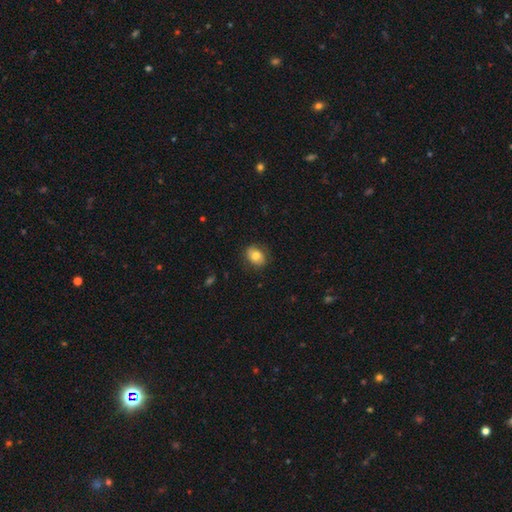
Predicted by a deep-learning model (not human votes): A smooth galaxy with no disk features (76%) that is in between round and cigar-shaped (62%). Merging: none (81%).